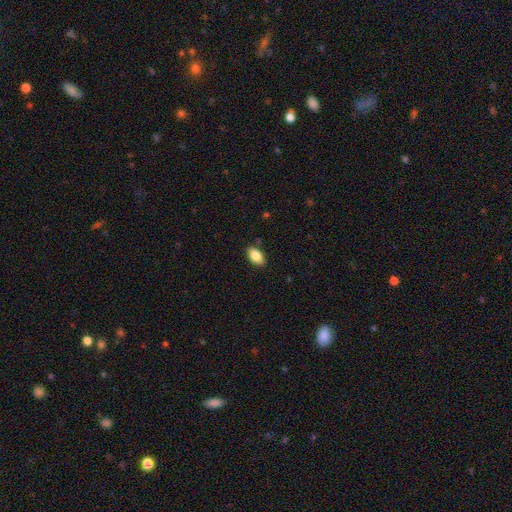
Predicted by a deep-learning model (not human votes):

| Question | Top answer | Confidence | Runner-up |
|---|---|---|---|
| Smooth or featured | smooth | 84% | featured or disk (9%) |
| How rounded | in between | 92% | round (5%) |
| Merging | none | 87% | minor disturbance (10%) |